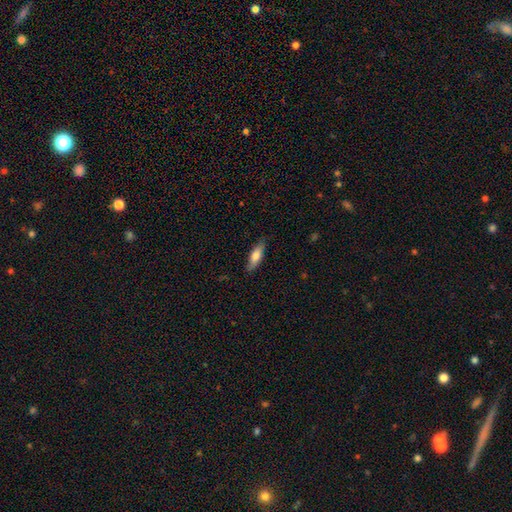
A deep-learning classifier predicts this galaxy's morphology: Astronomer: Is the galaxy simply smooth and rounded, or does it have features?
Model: smooth — 71%.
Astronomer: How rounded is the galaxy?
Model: in between — 50% (runner-up: cigar-shaped, 48%).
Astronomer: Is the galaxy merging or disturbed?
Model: none — 84%.